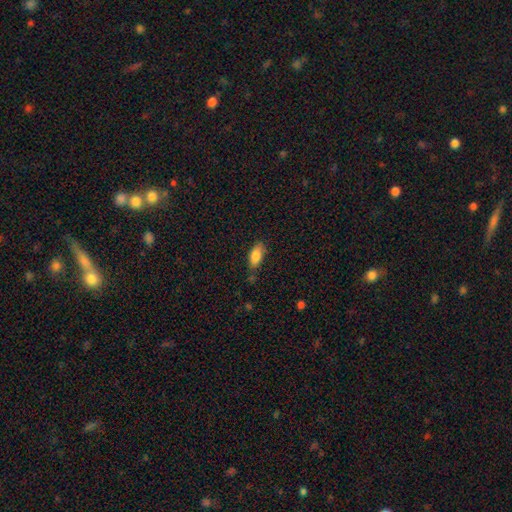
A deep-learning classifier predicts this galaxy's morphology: Smooth or featured? Predicted: smooth (p=0.83). How rounded? Predicted: in between (p=0.85). Merging? Predicted: none (p=0.71).